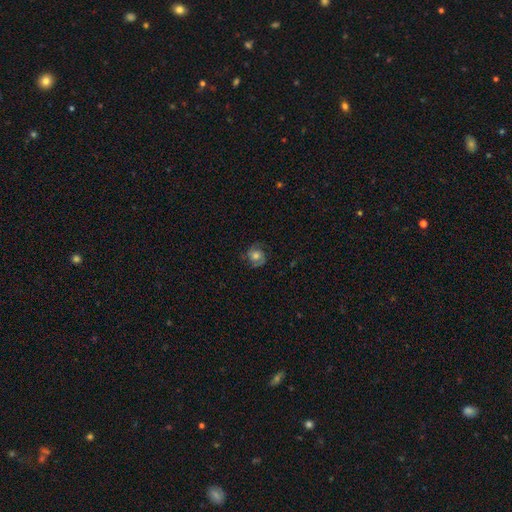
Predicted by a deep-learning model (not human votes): smooth-or-featured: featured or disk: 56% | smooth: 34% | star or artifact: 10%
  disk-edge-on: no: 97% | yes: 3%
    bar: no: 72% | weak: 24% | strong: 5%
    has-spiral-arms: yes: 90% | no: 10%
    bulge-size: moderate: 56% | large: 19% | small: 19% | none: 4% | dominant: 2%
  merging: none: 72% | minor disturbance: 18% | major disturbance: 8% | merger: 1%